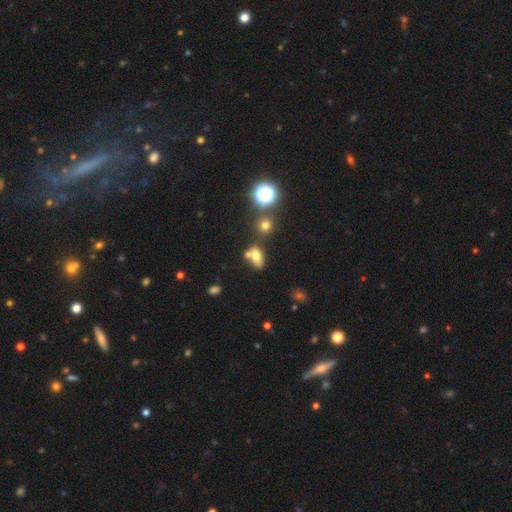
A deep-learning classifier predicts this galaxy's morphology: This is likely a smooth galaxy (69%). How rounded: likely in between (77%). Merging: marginally none (44%).